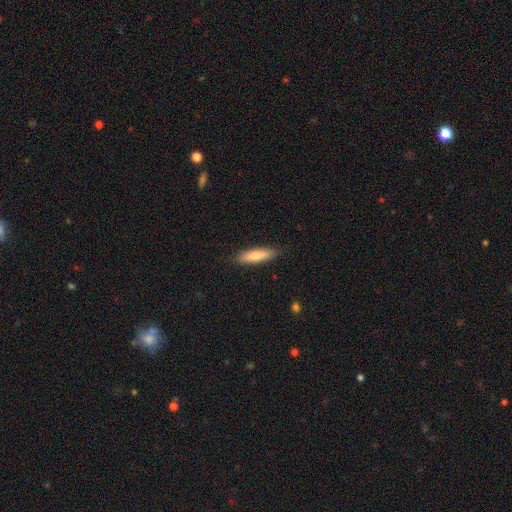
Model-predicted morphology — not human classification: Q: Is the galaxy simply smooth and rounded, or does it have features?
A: smooth — 75%.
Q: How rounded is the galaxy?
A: cigar-shaped — 74%.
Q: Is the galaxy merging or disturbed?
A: none — 87%.